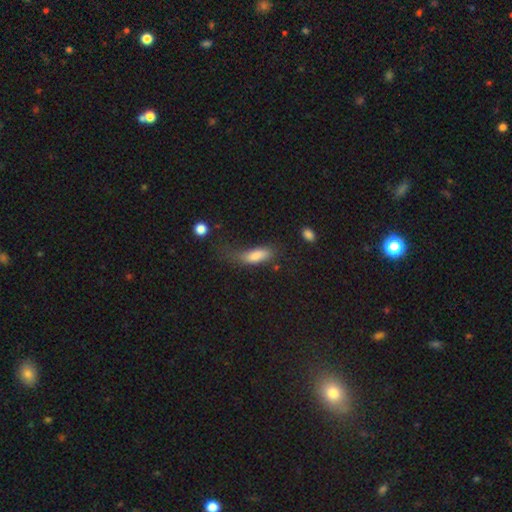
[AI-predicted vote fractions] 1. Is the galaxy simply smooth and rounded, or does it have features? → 77% smooth, 14% featured or disk, 9% star or artifact.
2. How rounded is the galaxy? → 69% in between, 27% cigar-shaped, 4% round.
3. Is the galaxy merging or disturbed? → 33% major disturbance (tied), 33% none (tied), 29% minor disturbance, 5% merger.